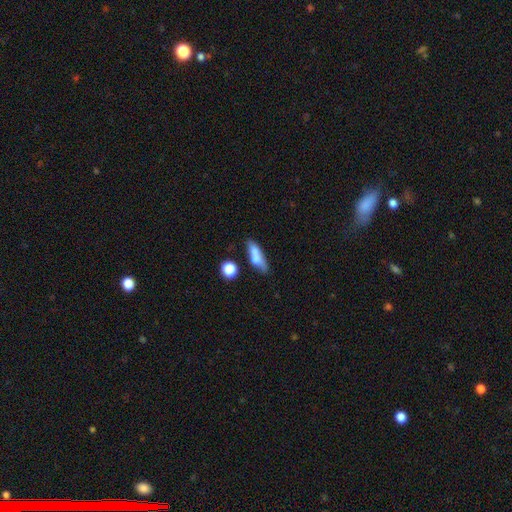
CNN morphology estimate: Smooth or featured: smooth — 69% (featured or disk — 22%)
How rounded: cigar-shaped — 48% (in between — 47%)
Merging: none — 51% (minor disturbance — 22%)